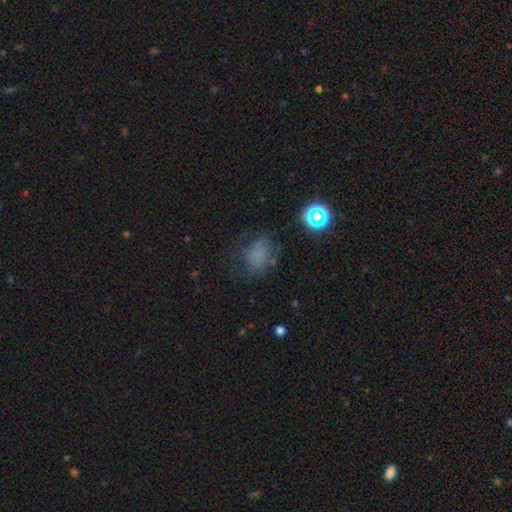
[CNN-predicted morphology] Smooth or featured? smooth (66%)
How rounded? round (54%)
Merging? none (62%)